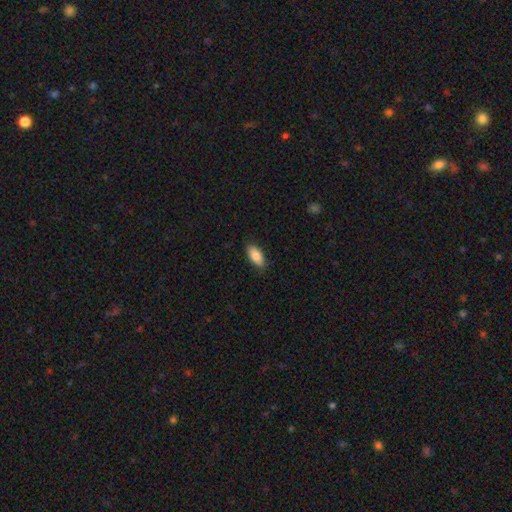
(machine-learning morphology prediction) This is clearly a smooth galaxy (84%). How rounded: clearly in between (89%). Merging: clearly none (87%).